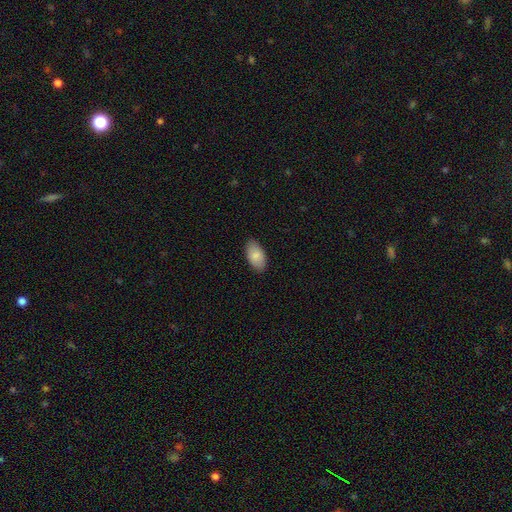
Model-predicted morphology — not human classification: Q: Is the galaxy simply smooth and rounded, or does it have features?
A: smooth — 85%.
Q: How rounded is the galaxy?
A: in between — 95%.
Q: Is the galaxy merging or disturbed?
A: none — 87%.